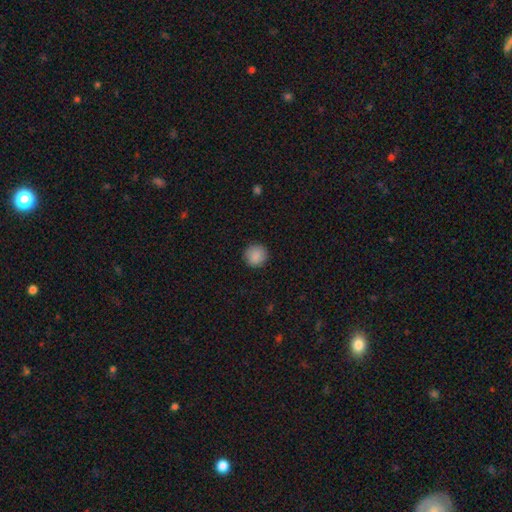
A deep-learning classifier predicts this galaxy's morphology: Smooth or featured: smooth — 88% (star or artifact — 8%)
How rounded: round — 93% (in between — 6%)
Merging: none — 91% (minor disturbance — 6%)